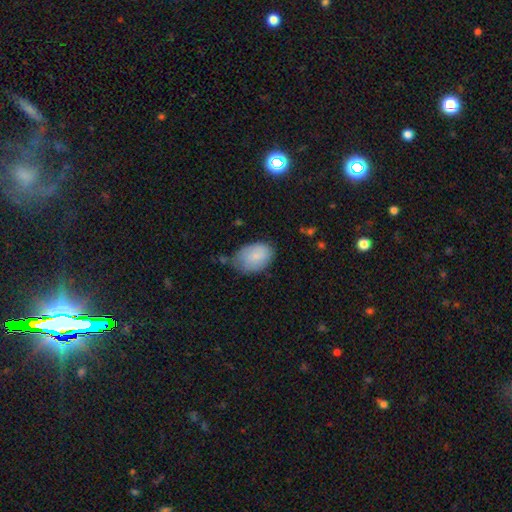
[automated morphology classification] Q: Smooth or featured?
A: smooth (81%); runner-up: featured or disk (12%)
Q: How rounded?
A: in between (86%); runner-up: round (13%)
Q: Merging?
A: none (54%); runner-up: minor disturbance (34%)